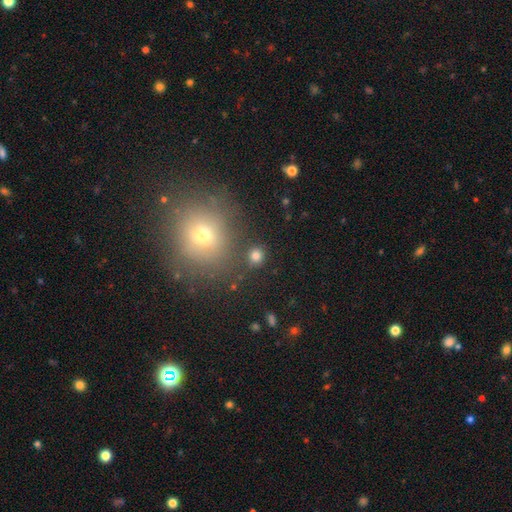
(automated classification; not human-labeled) Overall: smooth (79%). How rounded: round (85%). Merging: none (82%).